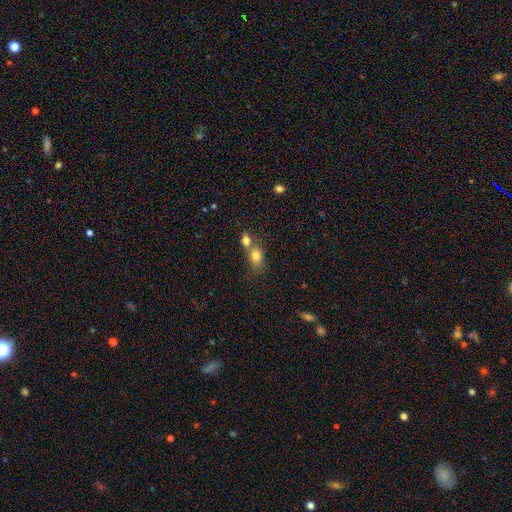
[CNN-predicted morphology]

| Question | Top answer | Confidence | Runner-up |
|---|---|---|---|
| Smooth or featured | smooth | 79% | star or artifact (11%) |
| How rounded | in between | 70% | round (27%) |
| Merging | merger | 48% | none (37%) |